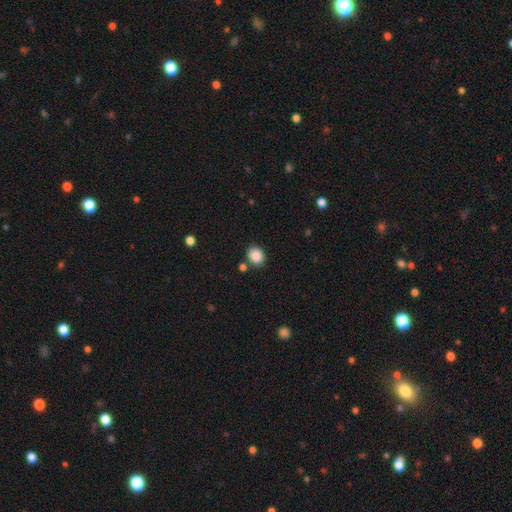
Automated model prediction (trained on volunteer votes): smooth 88%, star or artifact 9%, featured or disk 4%. Down the decision tree: how rounded — round (55%); merging — none (79%).